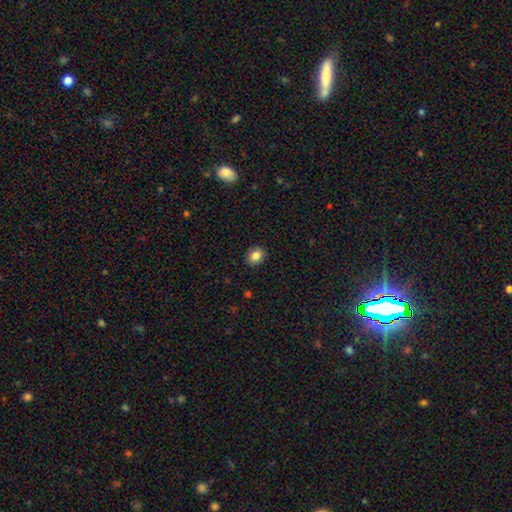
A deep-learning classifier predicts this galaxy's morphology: smooth_or_featured: smooth (p=0.84) [alt: star or artifact p=0.10]
how_rounded: round (p=0.53) [alt: in between p=0.46]
merging: none (p=0.90) [alt: minor disturbance p=0.07]